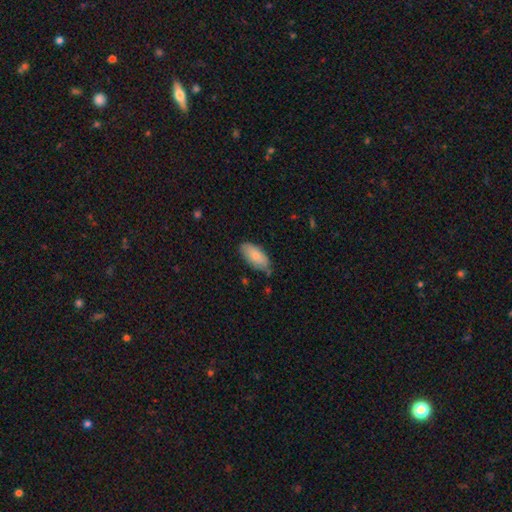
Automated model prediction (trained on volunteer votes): The model was most divided on "merging": none: 72%, minor disturbance: 22%, major disturbance: 4%, merger: 3%. More confident: how rounded — in between (90%); smooth or featured — smooth (83%).